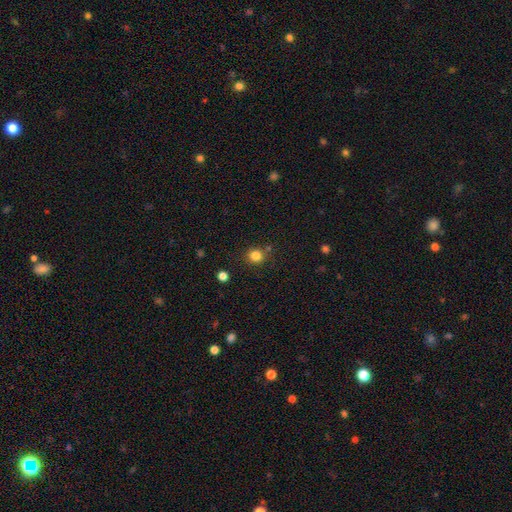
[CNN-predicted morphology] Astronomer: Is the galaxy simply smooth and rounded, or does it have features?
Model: smooth — 82%.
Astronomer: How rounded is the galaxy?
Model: round — 88%.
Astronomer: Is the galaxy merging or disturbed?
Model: none — 83%.